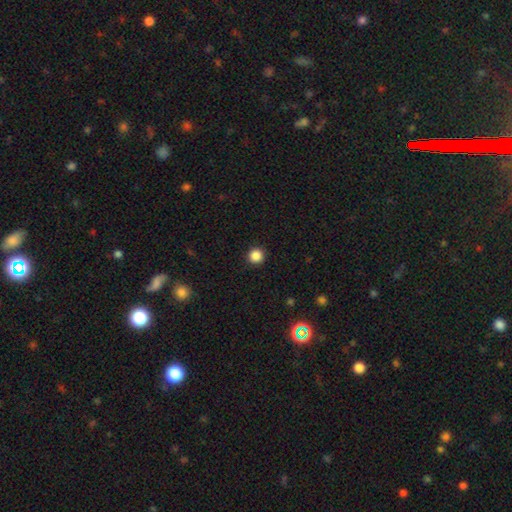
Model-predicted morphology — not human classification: A smooth galaxy with no disk features (86%) that is round (95%). Merging: none (93%).